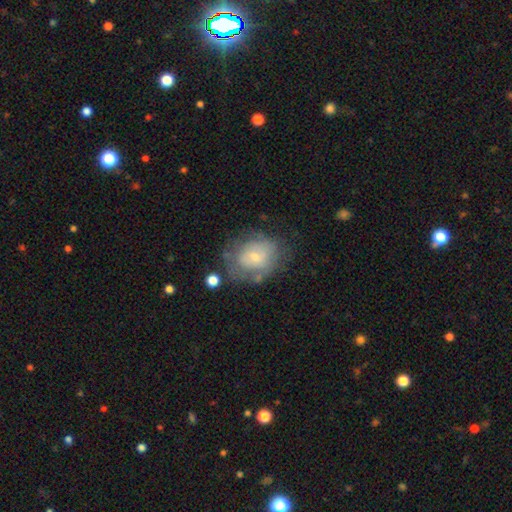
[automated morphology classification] A smooth galaxy with no disk features (49%). Merging: none (55%).